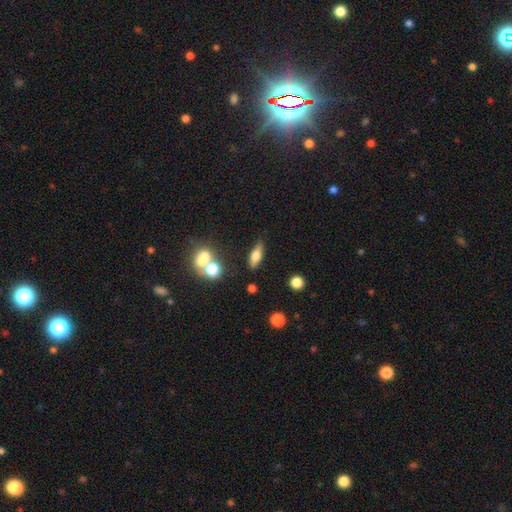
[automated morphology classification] Smooth or featured?
  - smooth: 61% *
  - featured or disk: 29%
  - star or artifact: 9%
How rounded?
  - in between: 62% *
  - cigar-shaped: 32%
  - round: 6%
Merging?
  - none: 78% *
  - minor disturbance: 12%
  - merger: 7%
  - major disturbance: 4%